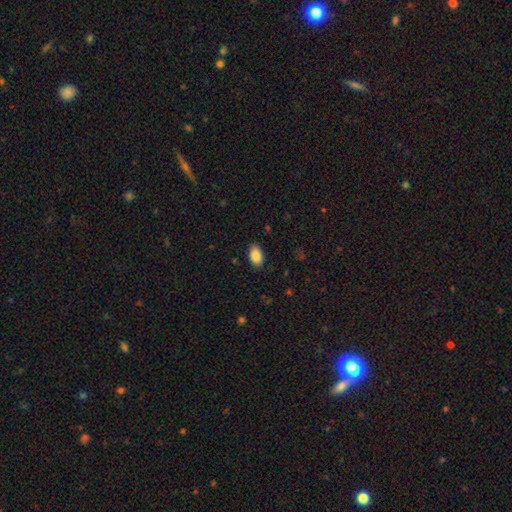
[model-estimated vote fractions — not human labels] Smooth or featured: smooth — 88% (star or artifact — 7%)
How rounded: in between — 92% (round — 6%)
Merging: none — 87% (minor disturbance — 10%)